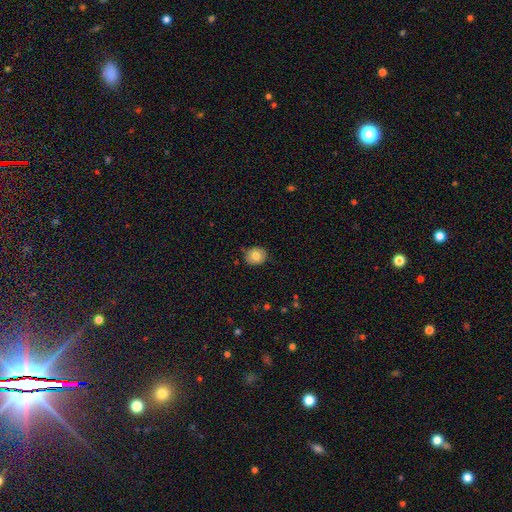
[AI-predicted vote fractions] A smooth galaxy with no disk features (80%) that is round (74%).

Vote fractions:
- Smooth or featured? smooth: 80% / featured or disk: 12% / star or artifact: 9%
- How rounded? round: 74% / in between: 25% / cigar-shaped: 1%
- Merging? none: 79% / minor disturbance: 17% / major disturbance: 3% / merger: 1%